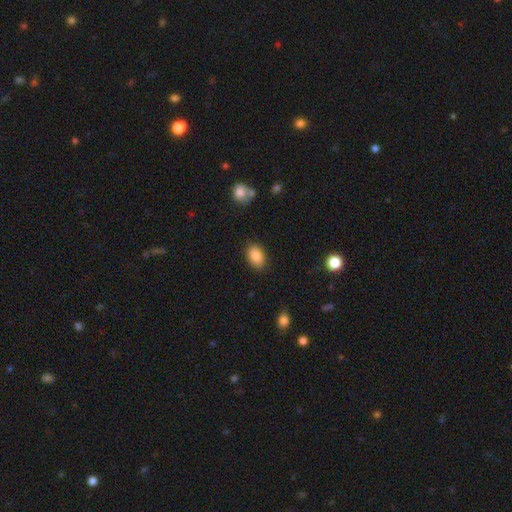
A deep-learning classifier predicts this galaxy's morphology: smooth-or-featured: smooth: 88% | star or artifact: 7% | featured or disk: 4%
  how-rounded: in between: 86% | round: 13% | cigar-shaped: 1%
  merging: none: 85% | minor disturbance: 11% | major disturbance: 3% | merger: 1%